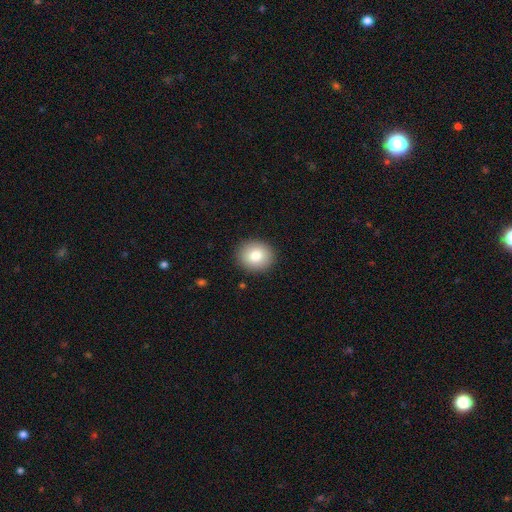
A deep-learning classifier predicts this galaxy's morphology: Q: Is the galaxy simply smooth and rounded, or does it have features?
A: smooth — 81%.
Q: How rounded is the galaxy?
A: round — 82%.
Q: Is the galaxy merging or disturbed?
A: none — 90%.